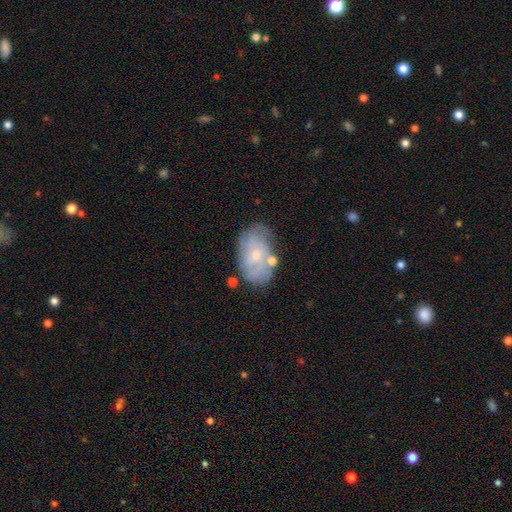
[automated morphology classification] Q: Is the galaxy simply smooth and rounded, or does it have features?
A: featured or disk — 57%.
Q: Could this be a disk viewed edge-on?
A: no — 96%.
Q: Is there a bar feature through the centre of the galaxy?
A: no — 71%.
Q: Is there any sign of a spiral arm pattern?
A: yes — 66%.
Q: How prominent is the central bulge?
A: small — 66%.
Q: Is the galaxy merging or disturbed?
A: none — 64%.